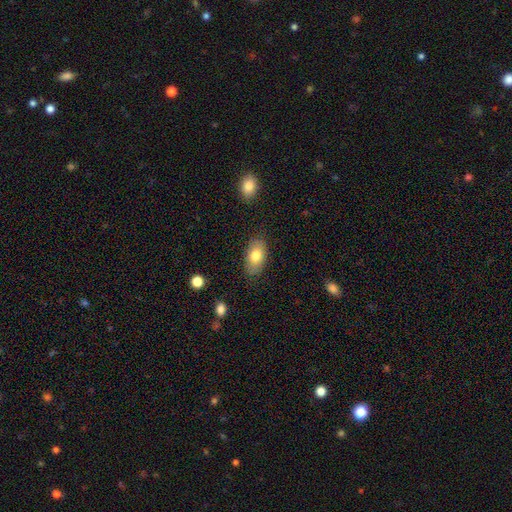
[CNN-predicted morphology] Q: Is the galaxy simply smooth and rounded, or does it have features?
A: smooth — 78%.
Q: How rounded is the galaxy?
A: in between — 93%.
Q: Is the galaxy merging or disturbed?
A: none — 84%.